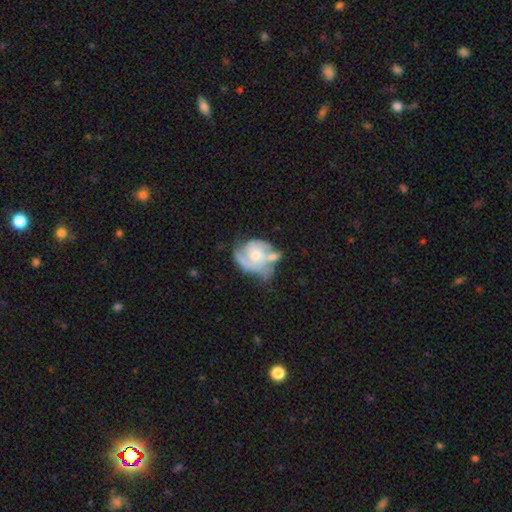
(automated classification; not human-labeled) A featured or disk galaxy (72%) with no bar (71%), 2 (36%) medium (42%) spiral arms (80%) and a moderate central bulge (53%).

Vote fractions:
- Smooth or featured? featured or disk: 72% / smooth: 22% / star or artifact: 6%
- Edge-on disk? no: 98% / yes: 2%
- Bar? no: 71% / weak: 25% / strong: 4%
- Spiral arms? yes: 80% / no: 20%
- Spiral winding? medium: 42% / tight: 40% / loose: 18%
- Spiral arm count? 2: 36% / can't tell: 27% / 3: 20% / 1: 10% / 4: 4% / more than 4: 3%
- Bulge size? moderate: 53% / small: 33% / large: 7% / none: 6% / dominant: 1%
- Merging? none: 30% / merger: 26% / minor disturbance: 23% / major disturbance: 21%